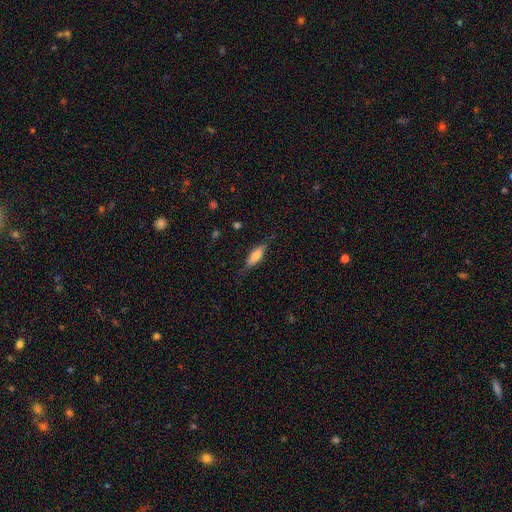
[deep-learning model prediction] Smooth or featured? smooth (70%)
How rounded? in between (54%)
Merging? none (75%)